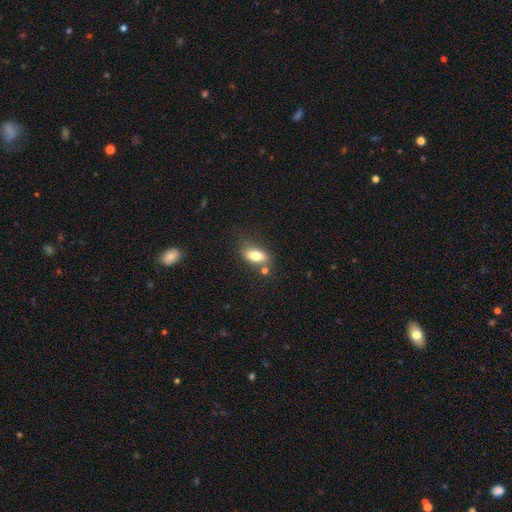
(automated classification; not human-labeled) Smooth or featured? Predicted: smooth (p=0.77). How rounded? Predicted: in between (p=0.85). Merging? Predicted: none (p=0.62).